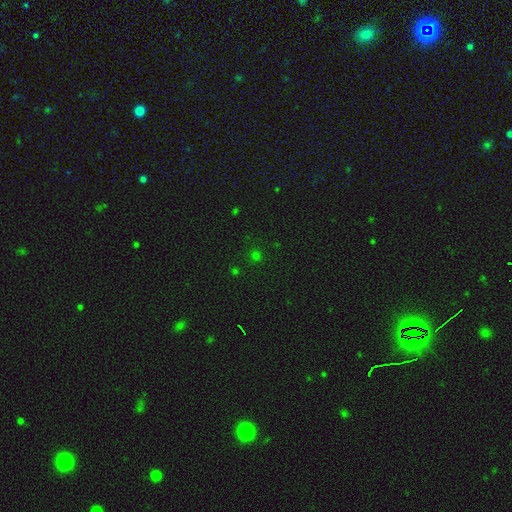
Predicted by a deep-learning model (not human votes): This is possibly a smooth galaxy (60%). How rounded: clearly round (91%). Merging: clearly none (86%).